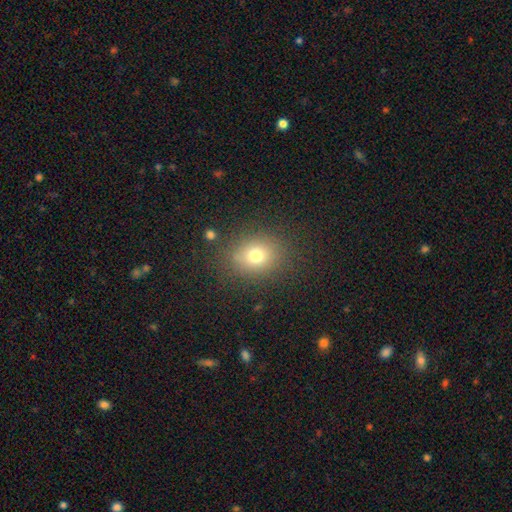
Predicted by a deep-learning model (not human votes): smooth-or-featured: smooth: 74% | star or artifact: 15% | featured or disk: 11%
  how-rounded: round: 60% | in between: 39% | cigar-shaped: 1%
  merging: none: 83% | minor disturbance: 10% | major disturbance: 5% | merger: 2%